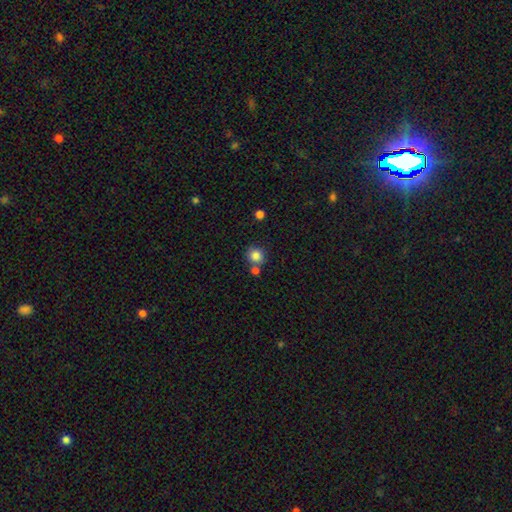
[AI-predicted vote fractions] This is clearly a smooth galaxy (84%). How rounded: clearly round (89%). Merging: likely none (66%).